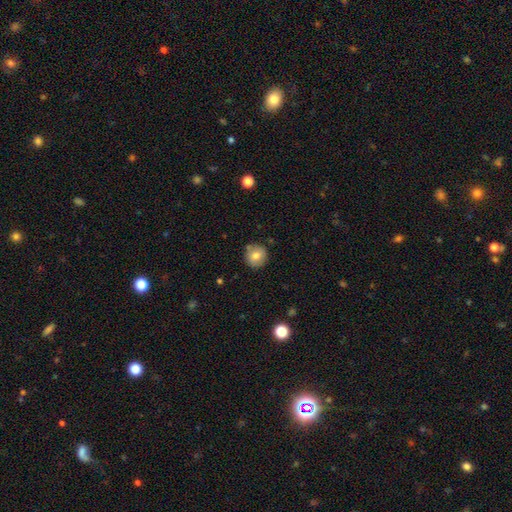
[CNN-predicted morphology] A smooth galaxy with no disk features (77%) that is round (93%). Merging: none (85%).